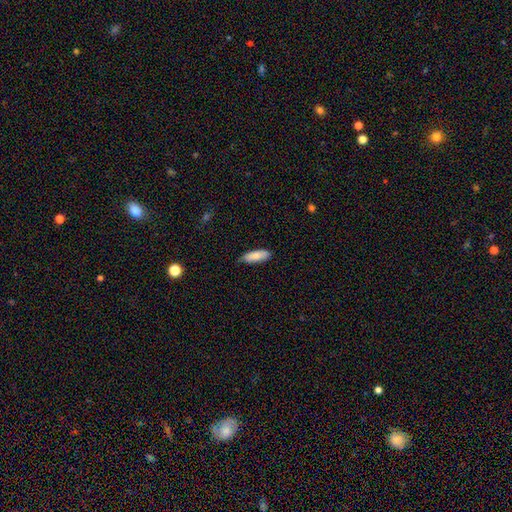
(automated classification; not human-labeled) Smooth or featured? Predicted: smooth (p=0.82). How rounded? Predicted: in between (p=0.65). Merging? Predicted: none (p=0.76).